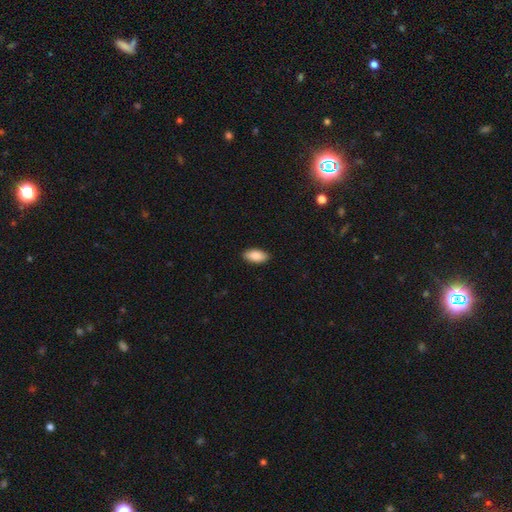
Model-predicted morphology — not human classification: Overall: smooth (89%). How rounded: in between (92%). Merging: none (90%).